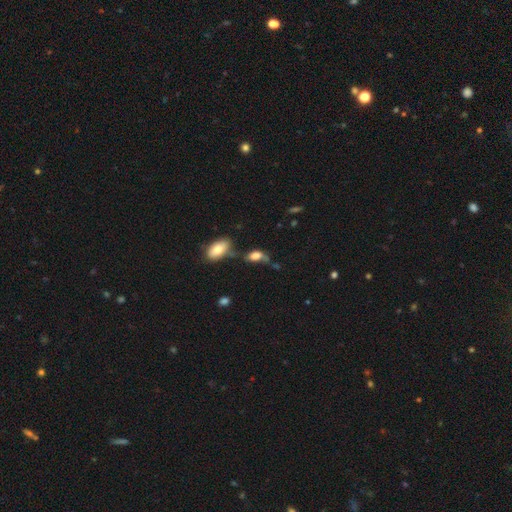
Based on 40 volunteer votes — Volunteers were most divided on "merging": none: 33%, merger: 31%, minor disturbance: 28%, major disturbance: 8%. More confident: how rounded — in between (97%); smooth or featured — smooth (88%).